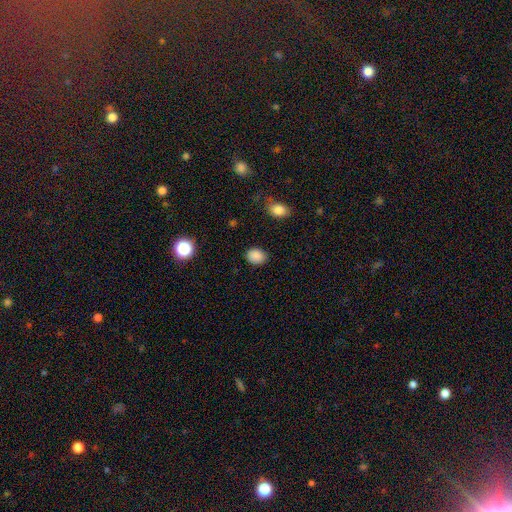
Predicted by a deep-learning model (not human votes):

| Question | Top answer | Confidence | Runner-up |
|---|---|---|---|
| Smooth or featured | smooth | 88% | star or artifact (9%) |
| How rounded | in between | 58% | round (41%) |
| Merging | none | 86% | minor disturbance (10%) |